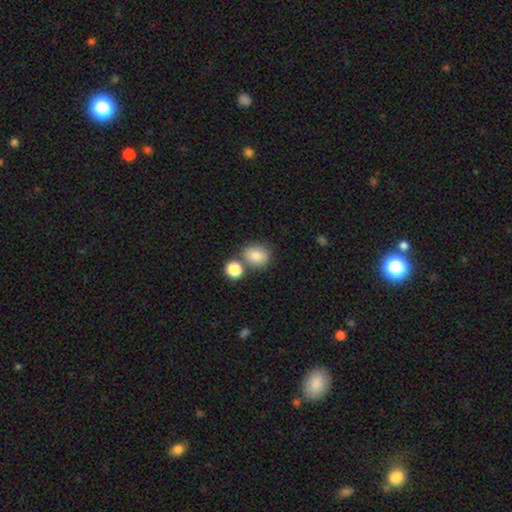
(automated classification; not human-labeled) Q: Smooth or featured?
A: smooth (82%); runner-up: star or artifact (10%)
Q: How rounded?
A: round (68%); runner-up: in between (31%)
Q: Merging?
A: none (65%); runner-up: merger (20%)